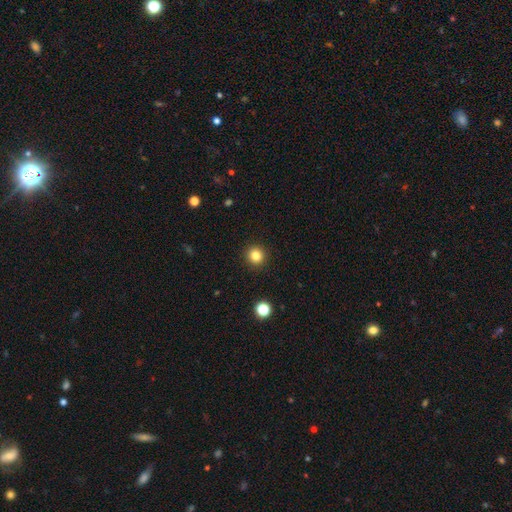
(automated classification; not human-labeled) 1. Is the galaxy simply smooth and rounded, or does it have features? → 83% smooth, 12% star or artifact, 5% featured or disk.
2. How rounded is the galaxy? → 93% round, 6% in between, 1% cigar-shaped.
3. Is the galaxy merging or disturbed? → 93% none, 4% minor disturbance, 2% major disturbance, 1% merger.